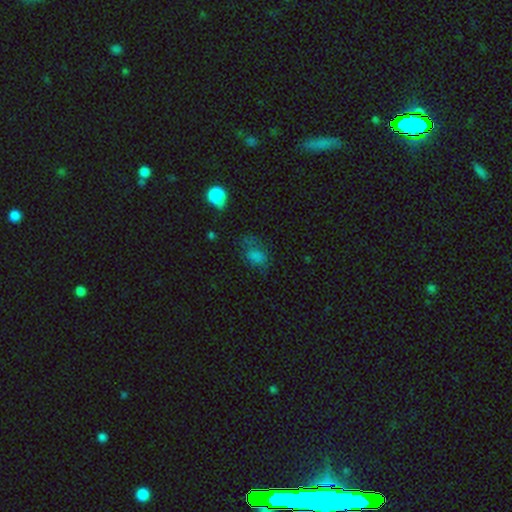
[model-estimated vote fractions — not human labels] Smooth or featured? smooth (64%)
How rounded? in between (72%)
Merging? none (49%)